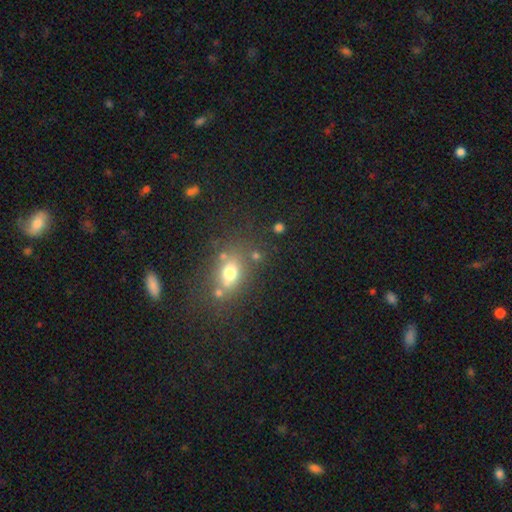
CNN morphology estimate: A smooth galaxy with no disk features (53%) that is round (49%). Merging: none (63%).